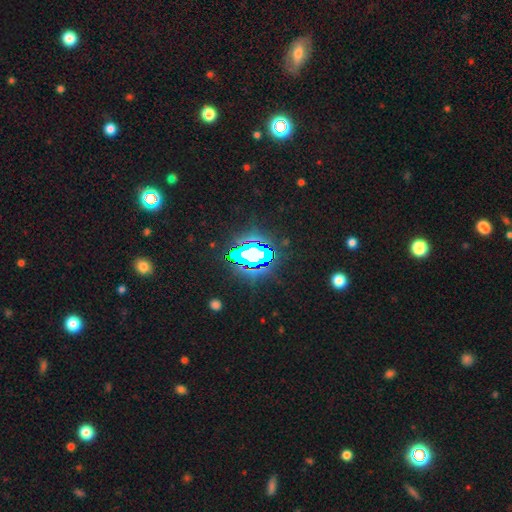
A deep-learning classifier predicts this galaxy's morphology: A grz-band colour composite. It shows a star or artifact, not a galaxy (59%).